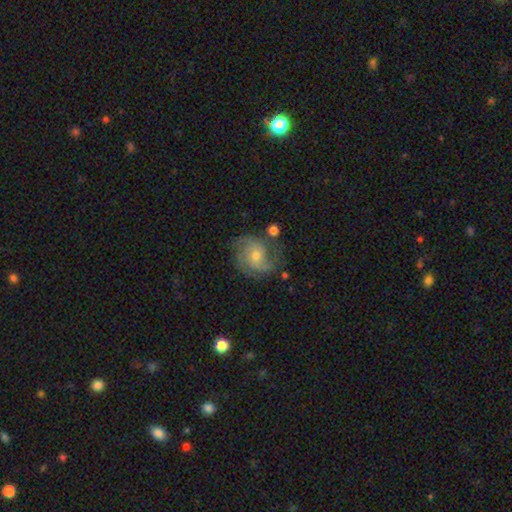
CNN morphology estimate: Smooth or featured? Predicted: featured or disk (p=0.71). Edge-on disk? Predicted: no (p=0.98). Bar? Predicted: no (p=0.73). Spiral arms? Predicted: yes (p=0.90). Spiral winding? Predicted: medium (p=0.46). Spiral arm count? Predicted: 2 (p=0.41). Bulge size? Predicted: small (p=0.52). Merging? Predicted: none (p=0.61).